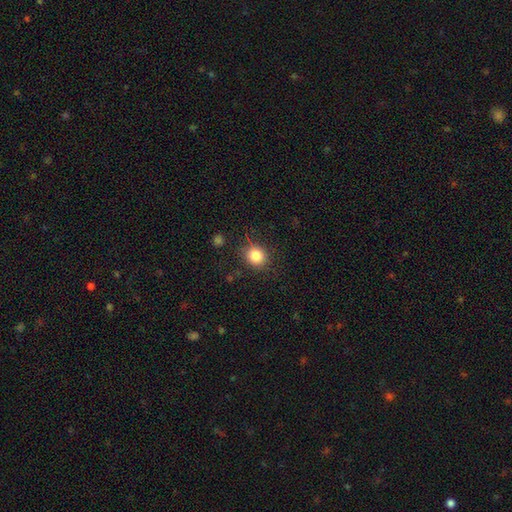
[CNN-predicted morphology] A smooth galaxy with no disk features (84%) that is round (79%). Merging: none (84%).